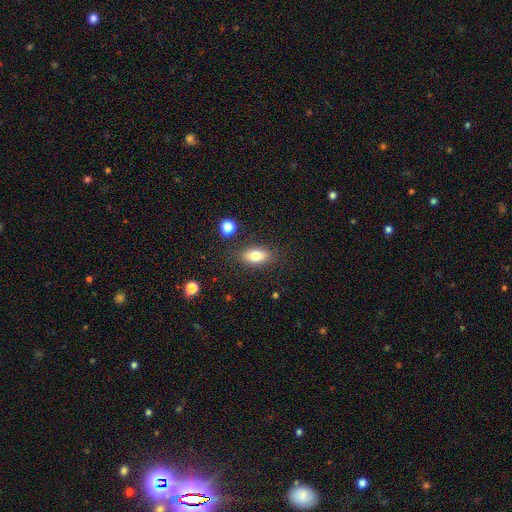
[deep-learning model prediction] This appears to be a smooth galaxy with no disk features (76%) that is in between round and cigar-shaped (84%). Merging: none (81%).